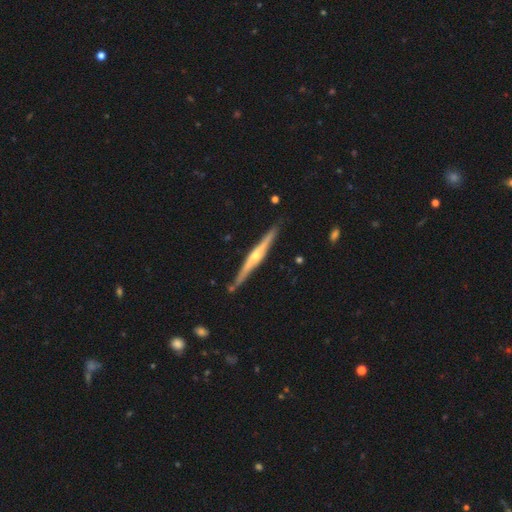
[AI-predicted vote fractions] Smooth or featured? Predicted: featured or disk (p=0.78). Edge-on disk? Predicted: yes (p=0.98). Edge-on bulge? Predicted: rounded (p=0.85). Merging? Predicted: none (p=0.87).